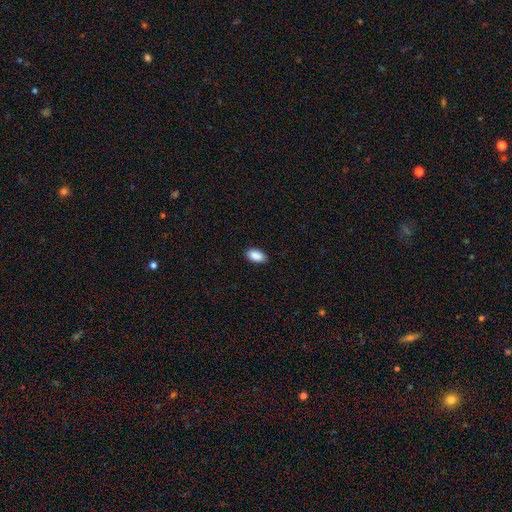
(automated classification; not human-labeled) The model was most divided on "merging": none: 86%, minor disturbance: 11%, major disturbance: 2%, merger: 1%. More confident: how rounded — in between (94%); smooth or featured — smooth (90%).